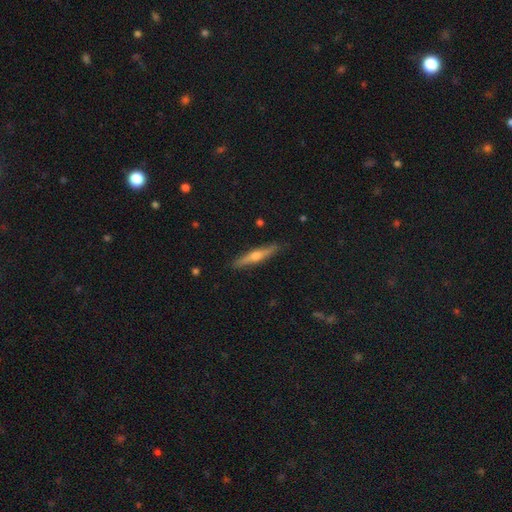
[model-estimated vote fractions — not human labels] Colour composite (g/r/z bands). It shows a featured or disk galaxy (65%) viewed edge-on (96%) with a rounded central bulge (90%). Merging: none (90%).